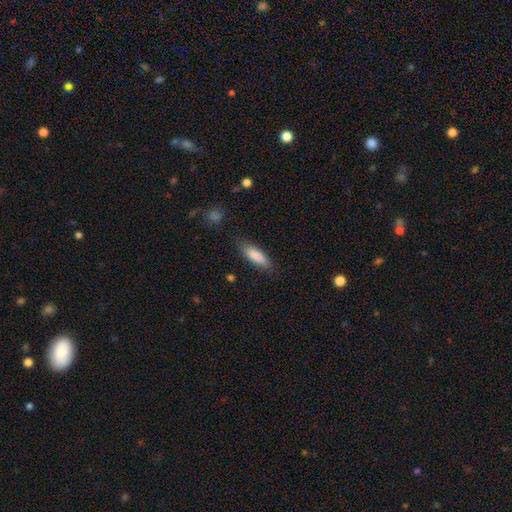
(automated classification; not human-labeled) Overall: smooth (84%). How rounded: in between (57%; cigar-shaped 41%). Merging: none (79%).